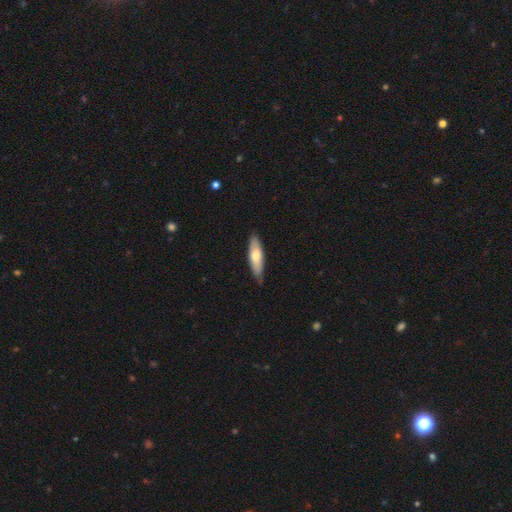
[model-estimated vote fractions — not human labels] This is likely a smooth galaxy (64%). How rounded: possibly cigar-shaped (53%). Merging: likely none (80%).